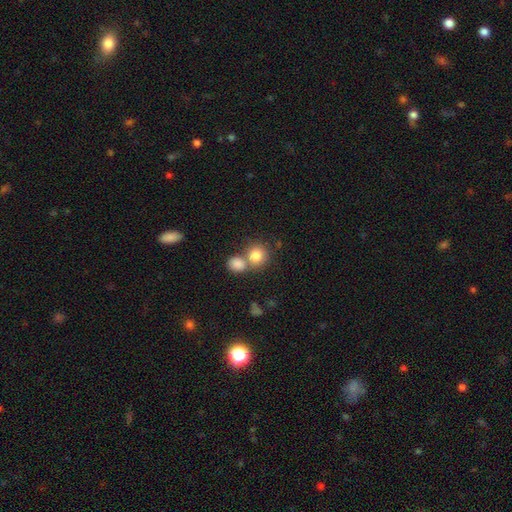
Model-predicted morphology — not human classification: The model was most divided on "merging": none: 47%, merger: 43%, minor disturbance: 7%, major disturbance: 3%. More confident: how rounded — round (83%); smooth or featured — smooth (82%).